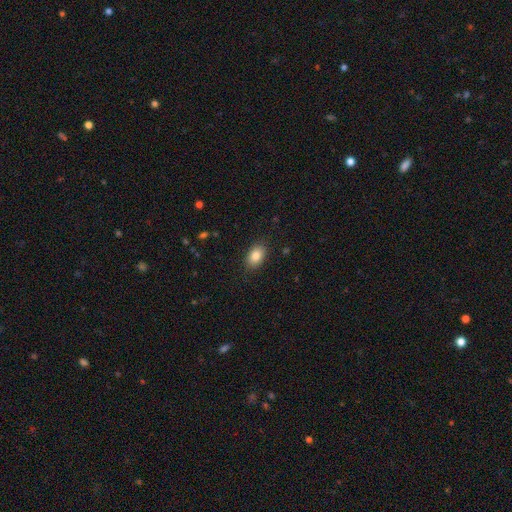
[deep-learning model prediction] This appears to be a smooth galaxy with no disk features (84%) that is in between round and cigar-shaped (87%). Merging: none (86%).